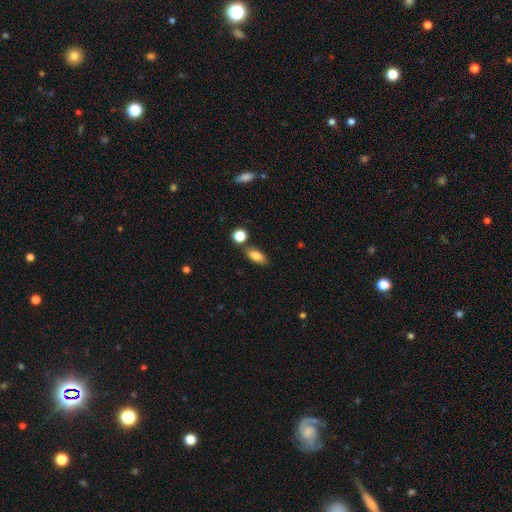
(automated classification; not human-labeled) smooth_or_featured: smooth (p=0.82) [alt: featured or disk p=0.09]
how_rounded: in between (p=0.84) [alt: cigar-shaped p=0.11]
merging: none (p=0.77) [alt: minor disturbance p=0.12]